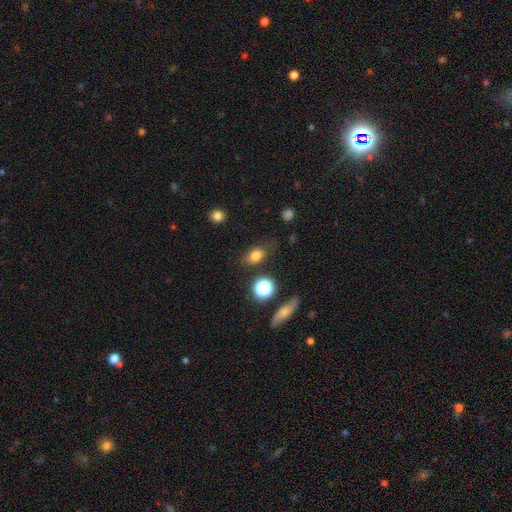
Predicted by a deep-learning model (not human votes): smooth_or_featured: smooth (p=0.79) [alt: star or artifact p=0.13]
how_rounded: in between (p=0.73) [alt: round p=0.25]
merging: none (p=0.77) [alt: minor disturbance p=0.15]